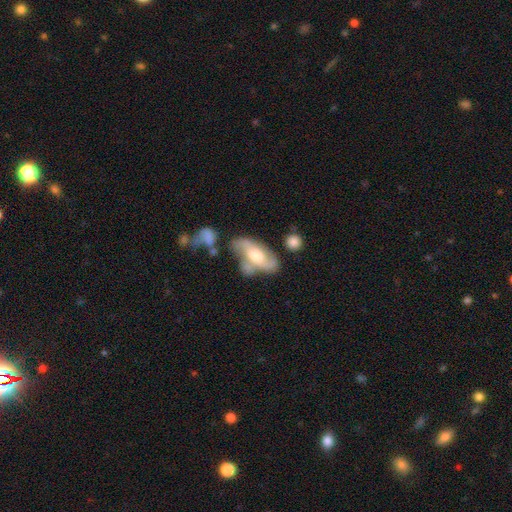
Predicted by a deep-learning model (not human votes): The model was most divided on "merging": none: 41%, minor disturbance: 22%, merger: 19%, major disturbance: 18%. More confident: edge-on disk — no (90%); spiral arms — yes (76%); smooth or featured — featured or disk (64%); bulge size — moderate (61%); bar — no (60%).